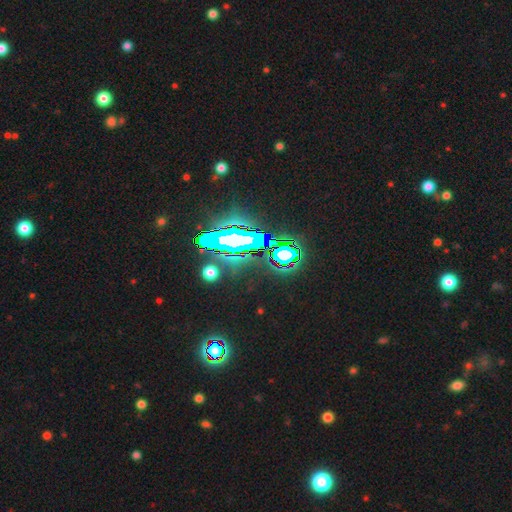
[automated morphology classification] star or artifact 79%, featured or disk 11%, smooth 10%.